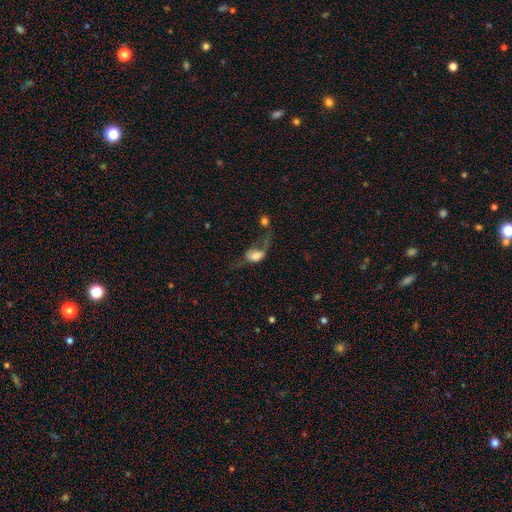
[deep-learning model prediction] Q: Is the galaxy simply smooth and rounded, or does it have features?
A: smooth — 58%.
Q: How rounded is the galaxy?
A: in between — 79%.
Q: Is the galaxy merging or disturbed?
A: major disturbance — 53%.